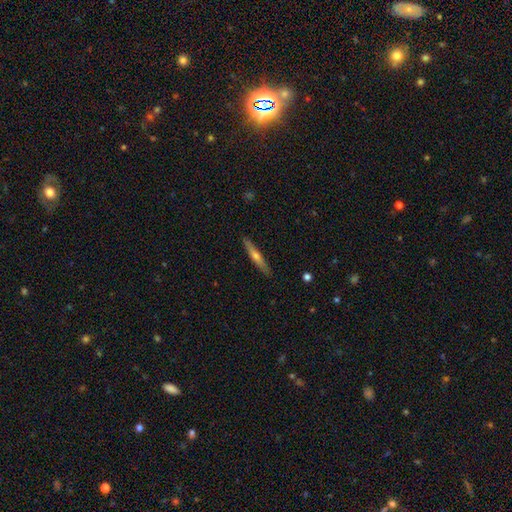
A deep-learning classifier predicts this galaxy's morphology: Smooth or featured: featured or disk — 58% (smooth — 36%)
Edge-on disk: yes — 95% (no — 5%)
Edge-on bulge: rounded — 82% (none — 15%)
Merging: none — 90% (minor disturbance — 7%)